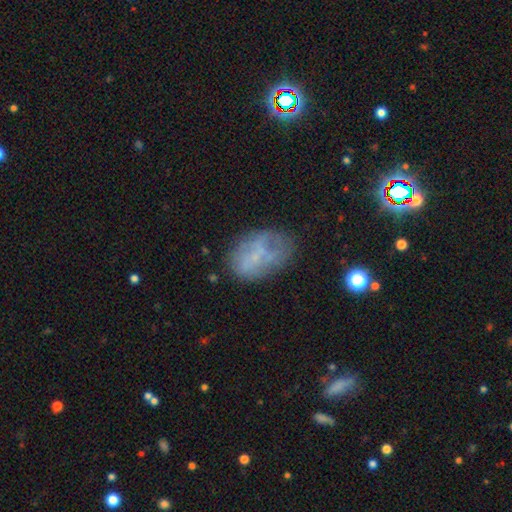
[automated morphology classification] Smooth or featured?
  - smooth: 44% *
  - featured or disk: 42%
  - star or artifact: 14%
Merging?
  - none: 53% *
  - minor disturbance: 25%
  - major disturbance: 16%
  - merger: 6%